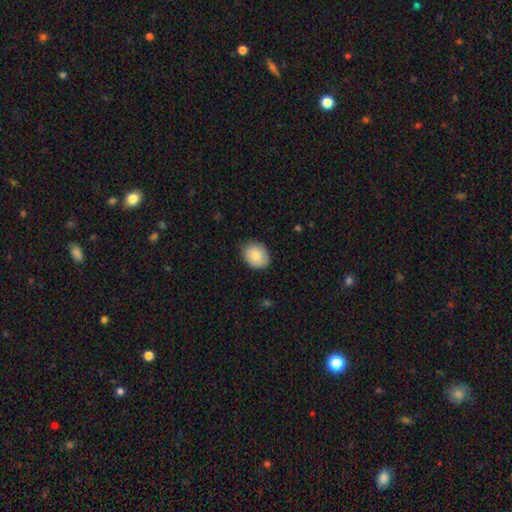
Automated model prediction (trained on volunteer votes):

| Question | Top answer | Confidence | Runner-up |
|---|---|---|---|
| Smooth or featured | smooth | 83% | featured or disk (11%) |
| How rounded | in between | 55% | round (44%) |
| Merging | none | 78% | minor disturbance (18%) |